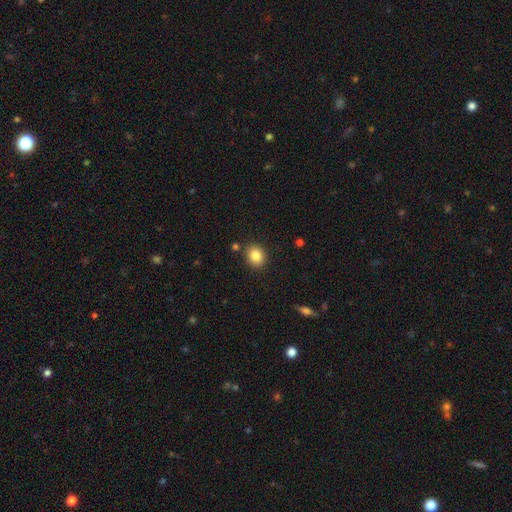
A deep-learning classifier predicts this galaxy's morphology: The model was most divided on "how rounded": round: 58%, in between: 41%, cigar-shaped: 1%. More confident: merging — none (86%); smooth or featured — smooth (85%).